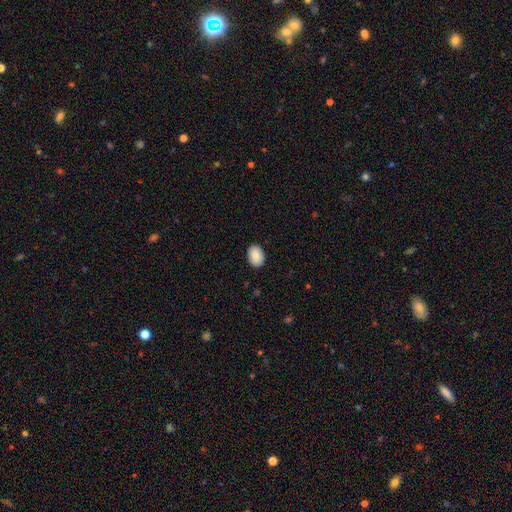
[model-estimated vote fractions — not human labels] A smooth galaxy with no disk features (87%) that is in between round and cigar-shaped (77%). Merging: none (89%).